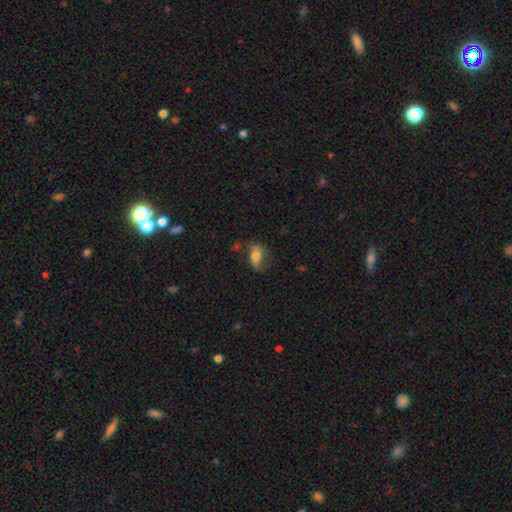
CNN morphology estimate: smooth 68%, featured or disk 24%, star or artifact 9%. Down the decision tree: how rounded — in between (85%); merging — none (56%).